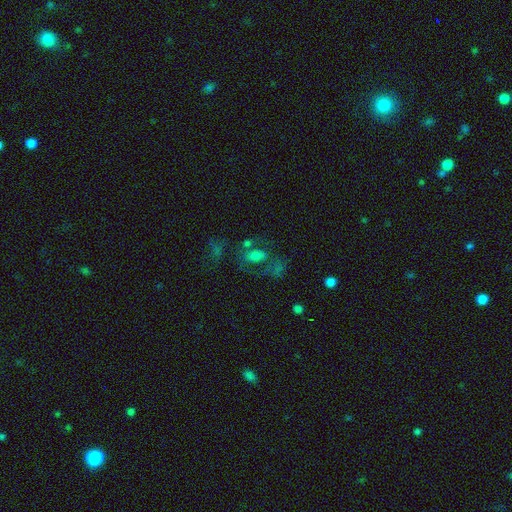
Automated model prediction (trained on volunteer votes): Overall: smooth (42%; featured or disk 38%). Merging: none (48%; major disturbance 20%).